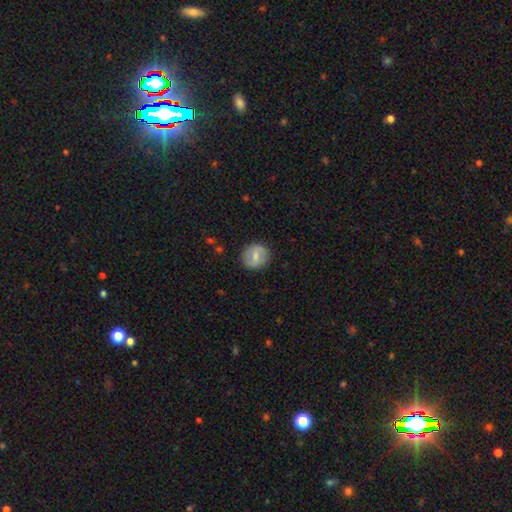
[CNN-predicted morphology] smooth_or_featured: smooth (p=0.48) [alt: featured or disk p=0.45]
merging: none (p=0.85) [alt: minor disturbance p=0.10]